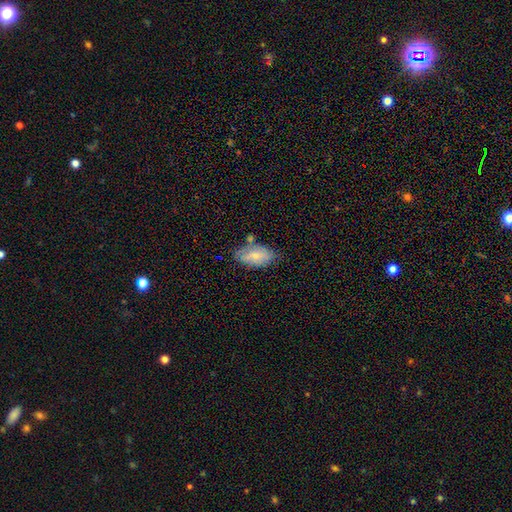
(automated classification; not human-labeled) Smooth or featured? smooth (64%)
How rounded? in between (91%)
Merging? none (64%)